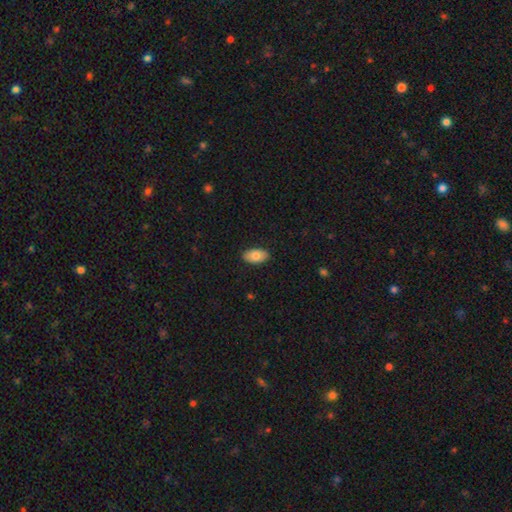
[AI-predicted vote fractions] Smooth or featured? smooth (83%)
How rounded? in between (95%)
Merging? none (89%)